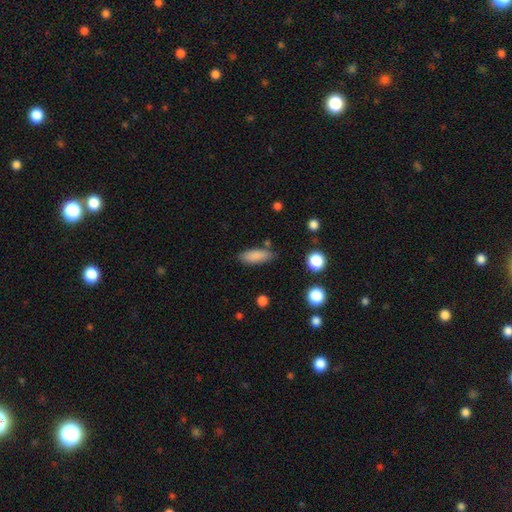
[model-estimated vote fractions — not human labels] Morphology: type=smooth (86%); roundness=in between (68%); merging=none (80%).